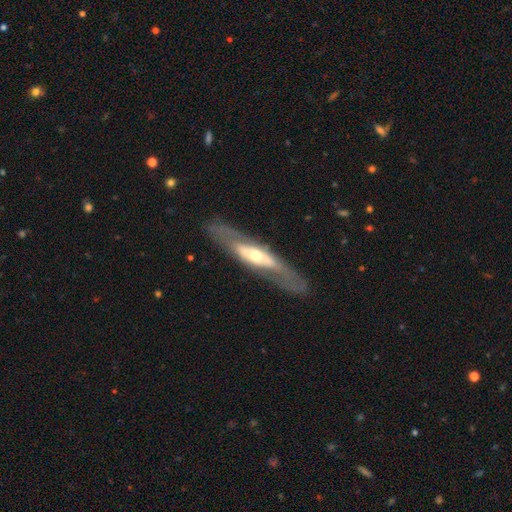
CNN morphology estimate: This is likely a featured or disk galaxy (72%). It is possibly not viewed edge-on (60%). Merging: likely none (79%).